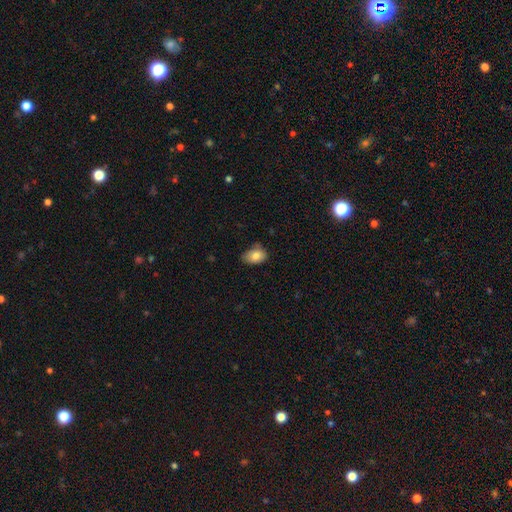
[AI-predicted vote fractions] Smooth or featured: smooth — 81% (featured or disk — 11%)
How rounded: in between — 77% (round — 21%)
Merging: none — 57% (minor disturbance — 35%)